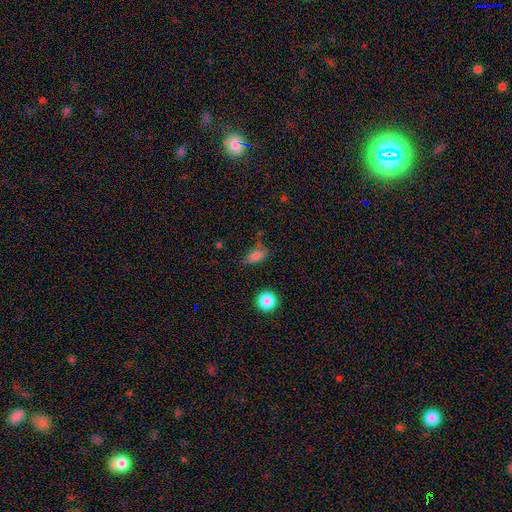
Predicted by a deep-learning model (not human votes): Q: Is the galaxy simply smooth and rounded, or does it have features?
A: smooth — 78%.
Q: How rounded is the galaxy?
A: in between — 80%.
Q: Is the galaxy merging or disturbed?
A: none — 60%.